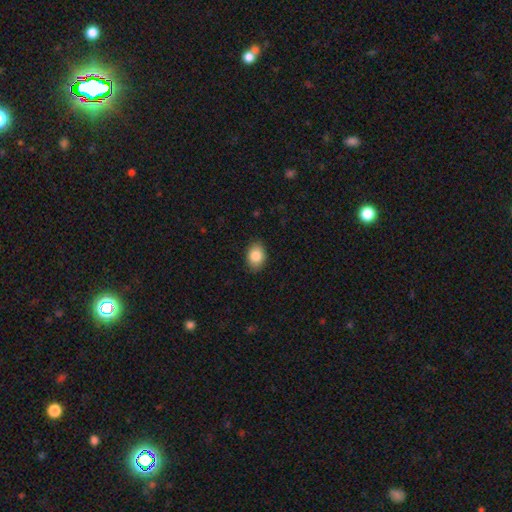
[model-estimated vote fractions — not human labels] Q: Smooth or featured?
A: smooth (86%); runner-up: star or artifact (8%)
Q: How rounded?
A: in between (77%); runner-up: round (22%)
Q: Merging?
A: none (87%); runner-up: minor disturbance (10%)